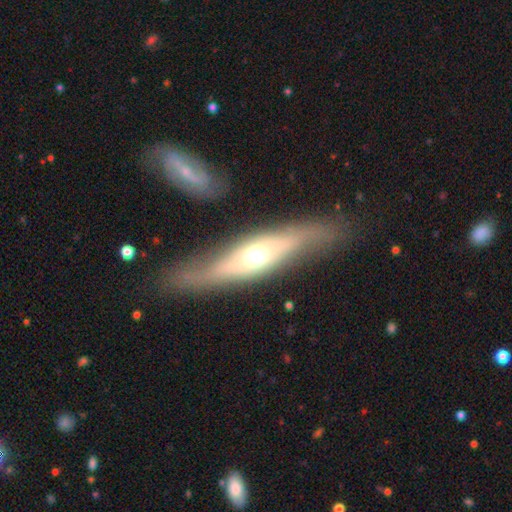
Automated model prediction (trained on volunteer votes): smooth-or-featured: featured or disk: 63% | smooth: 31% | star or artifact: 6%
  disk-edge-on: yes: 69% | no: 31%
  merging: none: 78% | minor disturbance: 14% | major disturbance: 5% | merger: 3%